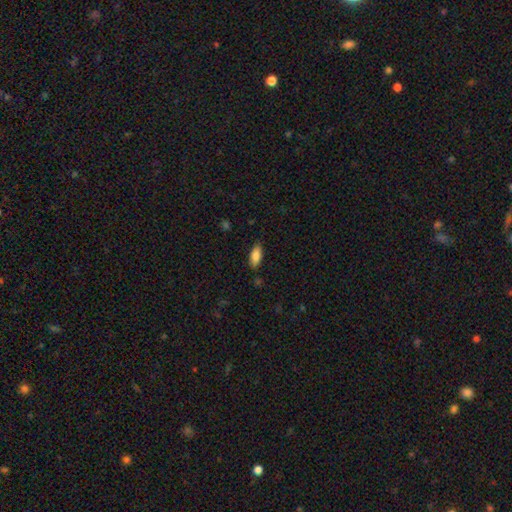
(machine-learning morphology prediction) This is clearly a smooth galaxy (85%). How rounded: clearly in between (83%). Merging: clearly none (84%).